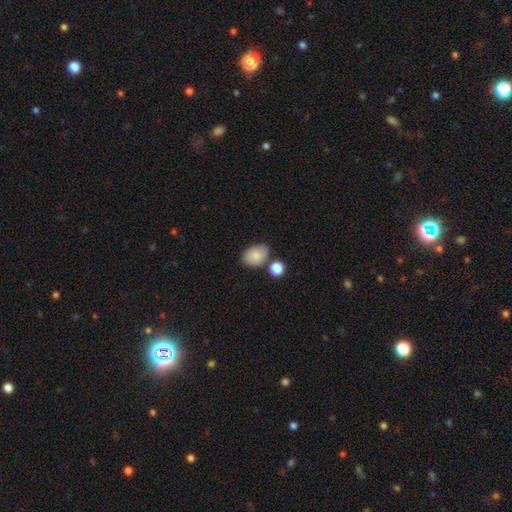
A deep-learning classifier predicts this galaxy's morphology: smooth_or_featured: smooth (p=0.83) [alt: featured or disk p=0.09]
how_rounded: in between (p=0.81) [alt: round p=0.18]
merging: none (p=0.64) [alt: minor disturbance p=0.19]